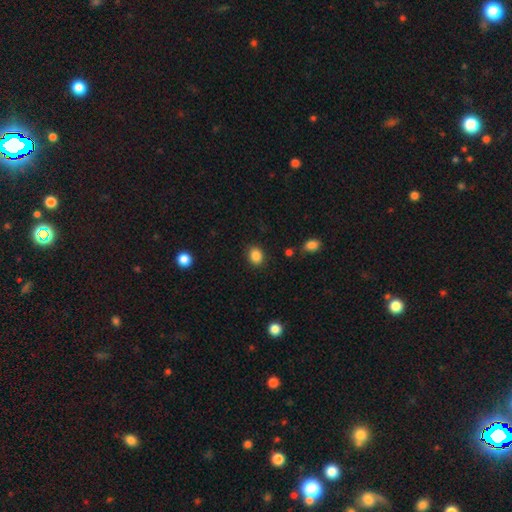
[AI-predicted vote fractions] Smooth or featured? Predicted: smooth (p=0.87). How rounded? Predicted: in between (p=0.51). Merging? Predicted: none (p=0.87).